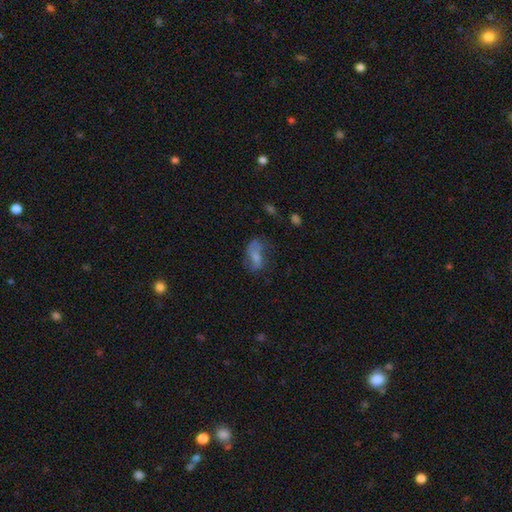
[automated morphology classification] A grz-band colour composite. It shows a smooth galaxy with no disk features (46%). Merging: none (40%).